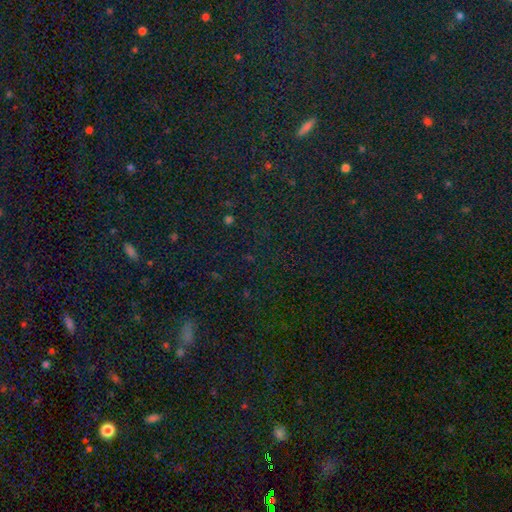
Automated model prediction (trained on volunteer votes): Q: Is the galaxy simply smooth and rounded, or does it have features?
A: star or artifact — 78%.